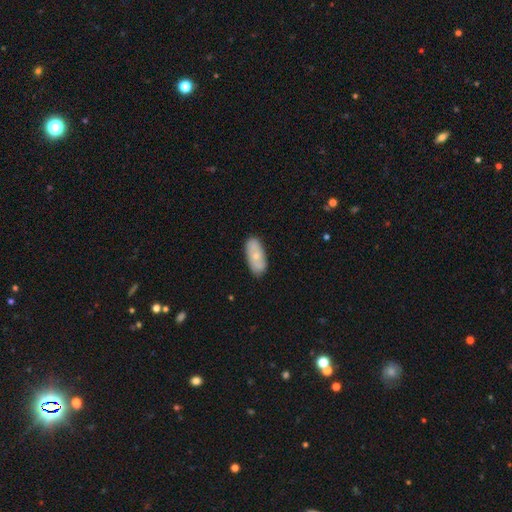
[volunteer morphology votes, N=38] smooth_or_featured: smooth (p=0.71) [alt: featured or disk p=0.21]
how_rounded: in between (p=0.81) [alt: cigar-shaped p=0.19]
merging: none (p=0.97) [alt: minor disturbance p=0.03]